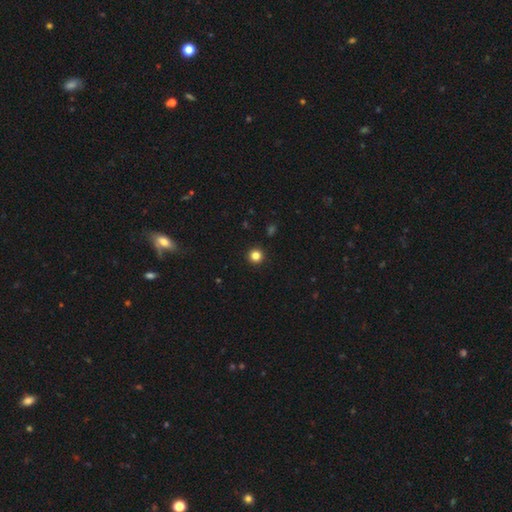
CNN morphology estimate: Smooth or featured: smooth — 83% (star or artifact — 13%)
How rounded: round — 96% (in between — 3%)
Merging: none — 94% (minor disturbance — 4%)